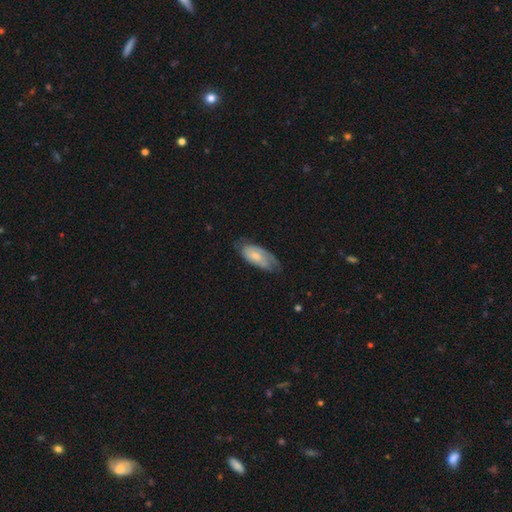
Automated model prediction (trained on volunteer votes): A featured or disk galaxy (55%) with no bar (60%), spiral arms (84%) and a small central bulge (46%). Merging: none (58%).